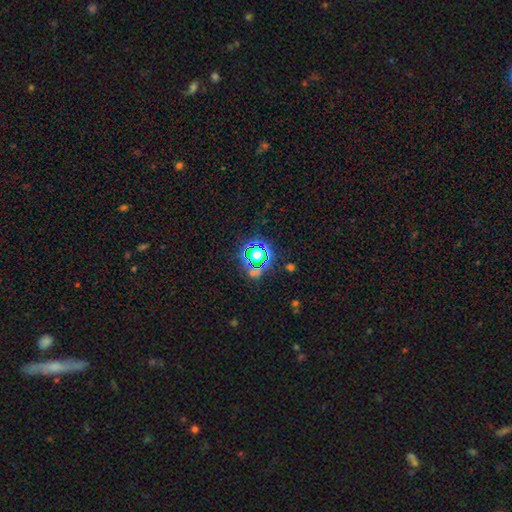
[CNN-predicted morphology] star or artifact 57%, smooth 32%, featured or disk 11%.